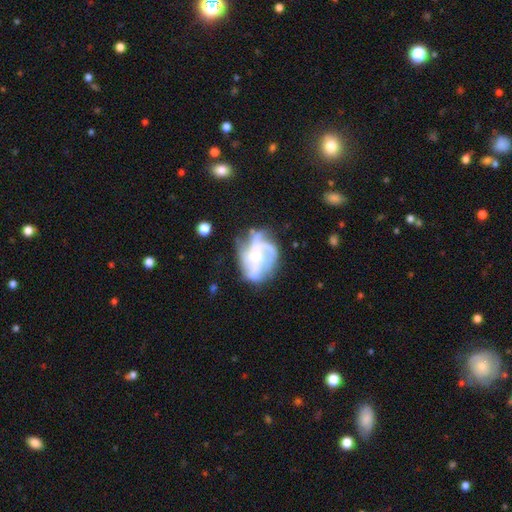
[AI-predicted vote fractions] Smooth or featured? Predicted: featured or disk (p=0.81). Edge-on disk? Predicted: no (p=0.97). Bar? Predicted: no (p=0.65). Spiral arms? Predicted: yes (p=0.87). Spiral winding? Predicted: medium (p=0.43). Spiral arm count? Predicted: 3 (p=0.38). Bulge size? Predicted: small (p=0.60). Merging? Predicted: none (p=0.53).